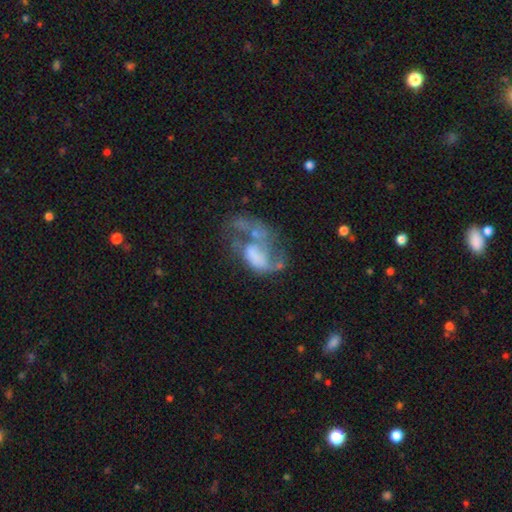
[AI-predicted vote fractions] Q: Smooth or featured?
A: featured or disk (58%); runner-up: smooth (31%)
Q: Edge-on disk?
A: no (97%); runner-up: yes (3%)
Q: Bar?
A: no (78%); runner-up: weak (16%)
Q: Spiral arms?
A: no (66%); runner-up: yes (34%)
Q: Bulge size?
A: none (55%); runner-up: moderate (16%)
Q: Merging?
A: major disturbance (46%); runner-up: merger (25%)